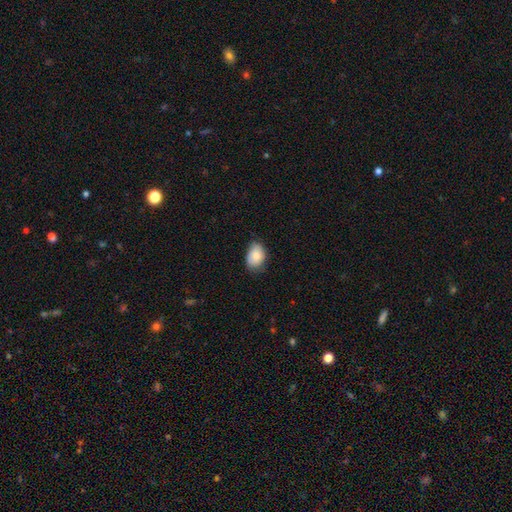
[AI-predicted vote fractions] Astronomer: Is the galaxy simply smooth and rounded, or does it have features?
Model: smooth — 83%.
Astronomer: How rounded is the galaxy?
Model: in between — 78%.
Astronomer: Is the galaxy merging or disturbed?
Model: none — 67%.